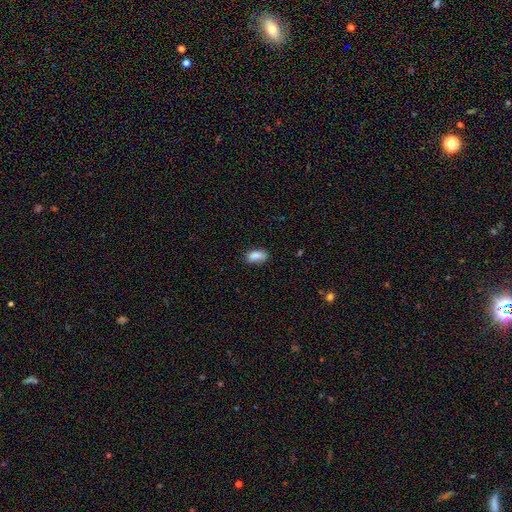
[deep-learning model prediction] Smooth or featured?
  - smooth: 85% *
  - star or artifact: 8%
  - featured or disk: 6%
How rounded?
  - in between: 84% *
  - cigar-shaped: 12%
  - round: 4%
Merging?
  - none: 74% *
  - minor disturbance: 20%
  - major disturbance: 4%
  - merger: 2%